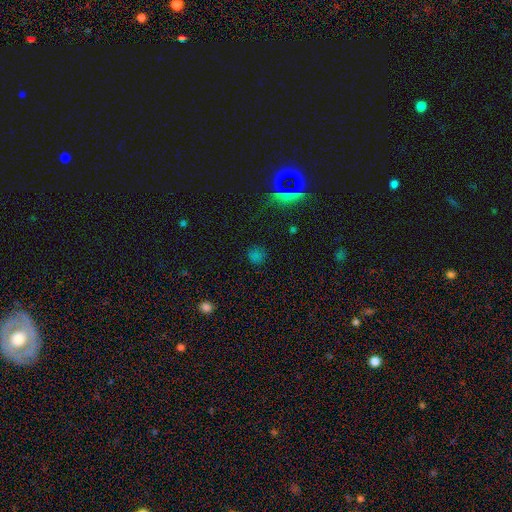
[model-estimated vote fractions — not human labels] Morphology: type=smooth (60%); roundness=round (88%); merging=none (85%).